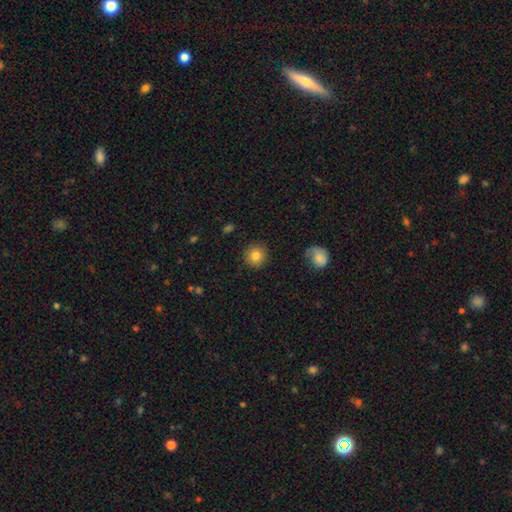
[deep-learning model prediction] Smooth or featured?
  - smooth: 83% *
  - star or artifact: 10%
  - featured or disk: 8%
How rounded?
  - round: 92% *
  - in between: 7%
  - cigar-shaped: 1%
Merging?
  - none: 90% *
  - minor disturbance: 7%
  - major disturbance: 2%
  - merger: 1%